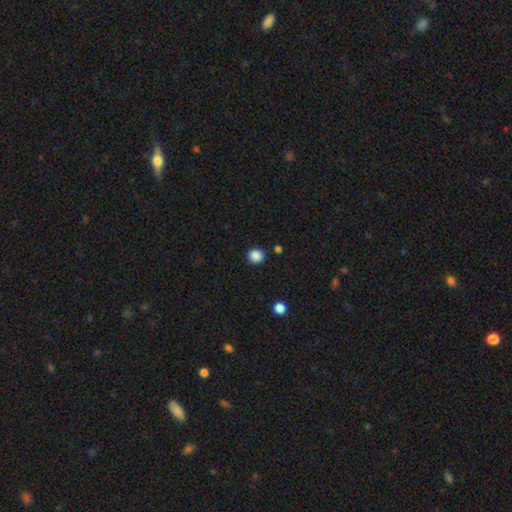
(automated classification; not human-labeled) This appears to be a smooth galaxy with no disk features (87%) that is round (88%). Merging: none (90%).